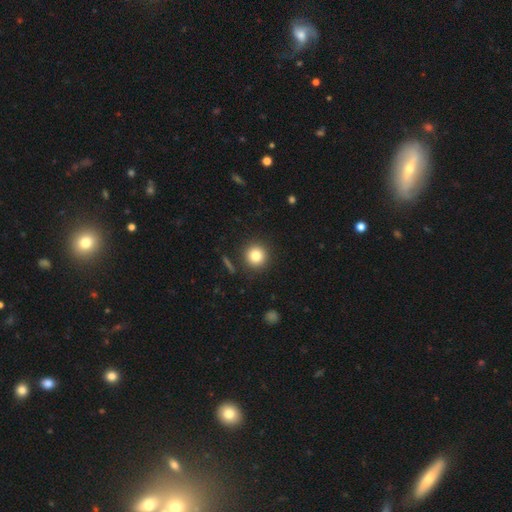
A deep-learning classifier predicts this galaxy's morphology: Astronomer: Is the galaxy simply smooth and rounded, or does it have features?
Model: smooth — 81%.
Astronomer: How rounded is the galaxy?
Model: round — 94%.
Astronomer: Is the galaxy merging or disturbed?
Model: none — 89%.